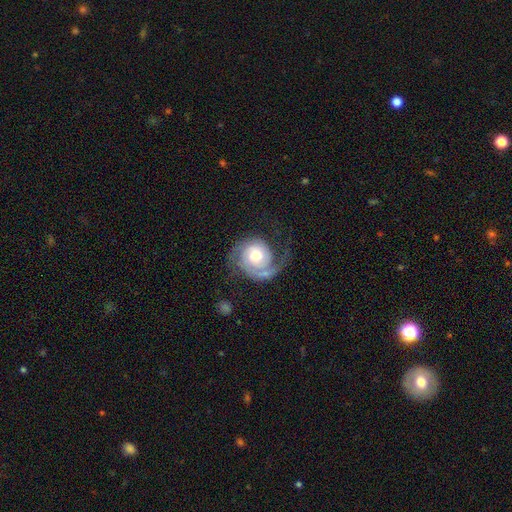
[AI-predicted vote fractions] A featured or disk galaxy (82%) with no bar (73%), 1 (48%) tight (49%) spiral arms (95%) and a moderate central bulge (64%). Merging: none (54%).